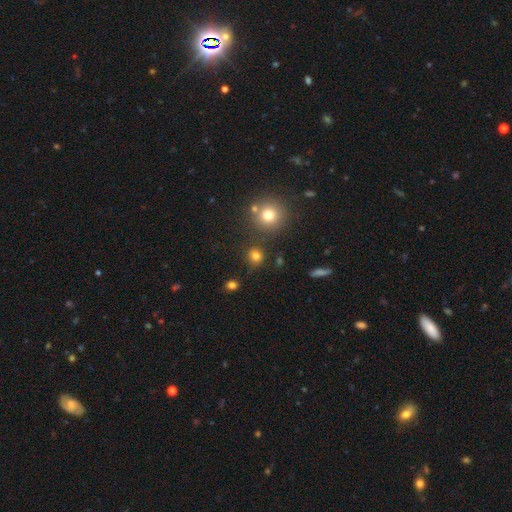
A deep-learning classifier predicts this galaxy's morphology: Q: Smooth or featured?
A: smooth (78%); runner-up: star or artifact (16%)
Q: How rounded?
A: round (87%); runner-up: in between (12%)
Q: Merging?
A: none (83%); runner-up: minor disturbance (9%)